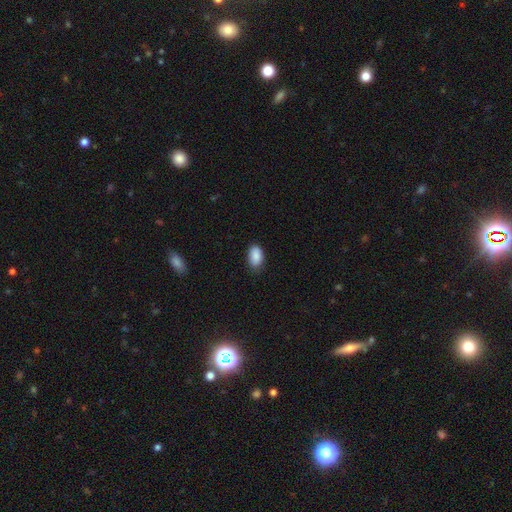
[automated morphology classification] The model was most divided on "merging": none: 75%, minor disturbance: 21%, major disturbance: 3%, merger: 1%. More confident: how rounded — in between (92%); smooth or featured — smooth (89%).